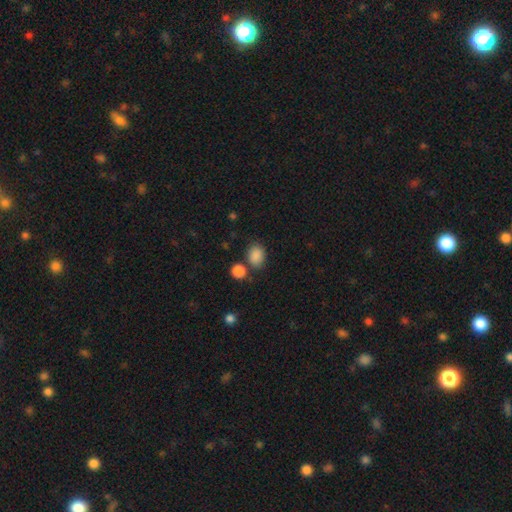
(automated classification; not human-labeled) This is clearly a smooth galaxy (87%). How rounded: likely in between (60%). Merging: likely none (70%).